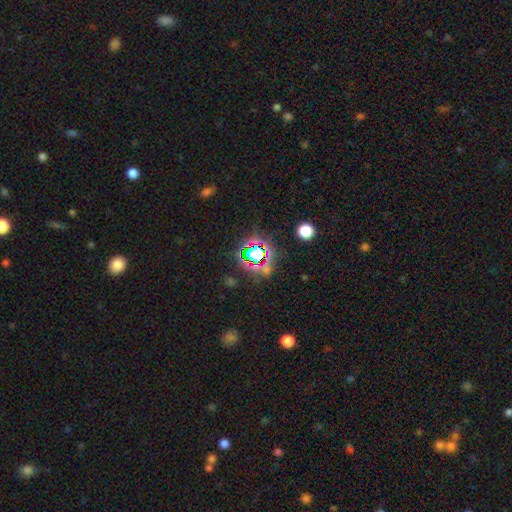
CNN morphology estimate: A star or artifact, not a galaxy (69%).

Vote fractions:
- Smooth or featured? star or artifact: 69% / smooth: 20% / featured or disk: 11%